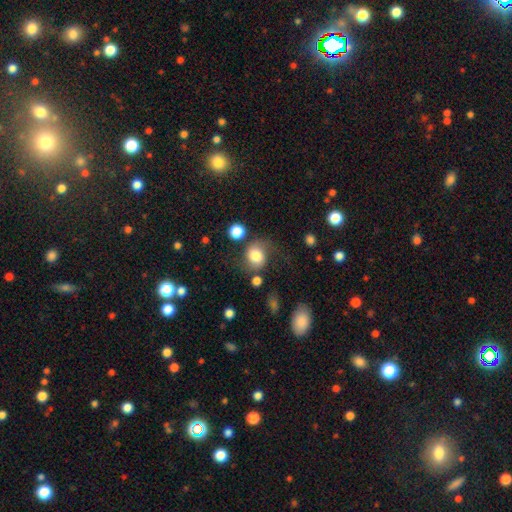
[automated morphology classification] smooth 67%, featured or disk 23%, star or artifact 10%. Down the decision tree: how rounded — round (66%); merging — none (57%).